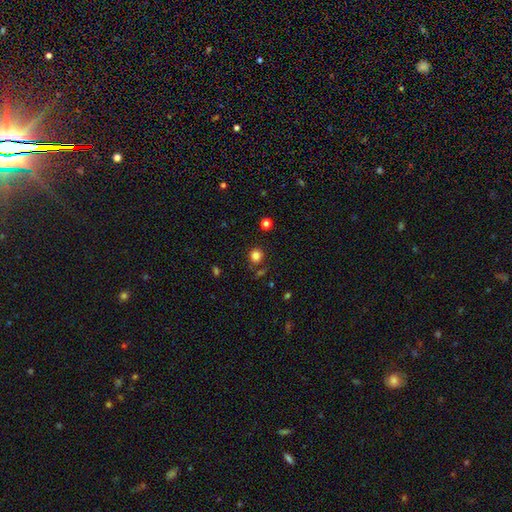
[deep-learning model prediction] Overall: smooth (82%). How rounded: round (90%). Merging: none (83%).